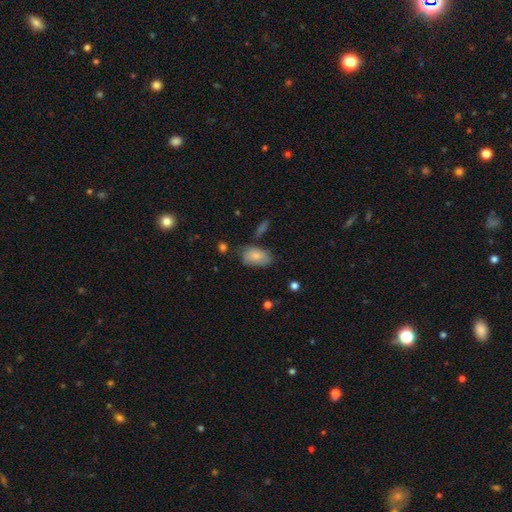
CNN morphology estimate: type=smooth (77%); roundness=in between (91%); merging=none (58%).